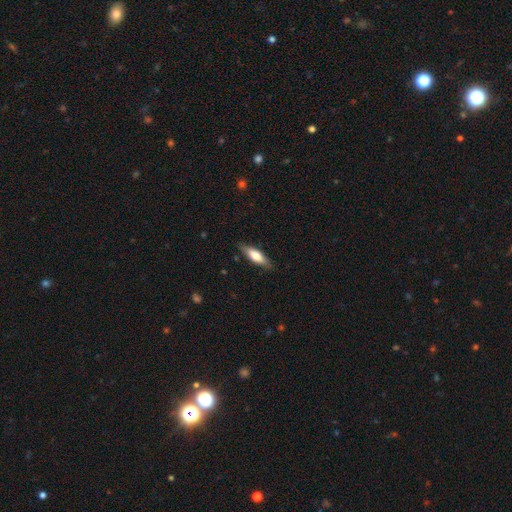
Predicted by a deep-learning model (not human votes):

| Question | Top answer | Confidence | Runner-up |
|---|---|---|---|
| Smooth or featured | smooth | 66% | featured or disk (28%) |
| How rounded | in between | 50% | cigar-shaped (48%) |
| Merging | none | 84% | minor disturbance (12%) |